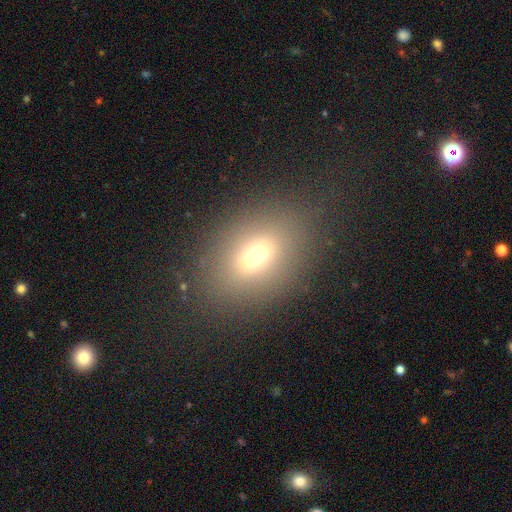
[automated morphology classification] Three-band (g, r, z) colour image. It shows a smooth galaxy with no disk features (67%) that is in between round and cigar-shaped (75%). Merging: none (81%).